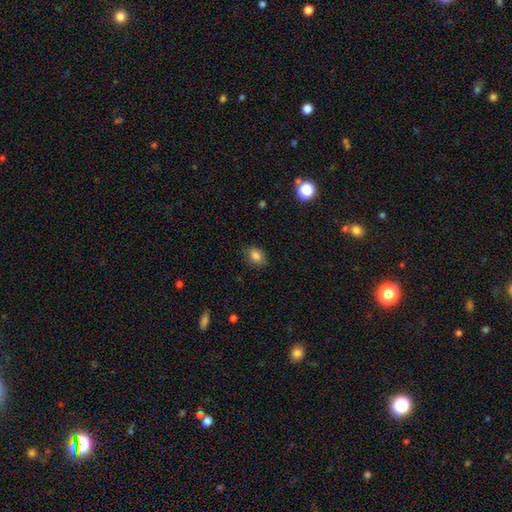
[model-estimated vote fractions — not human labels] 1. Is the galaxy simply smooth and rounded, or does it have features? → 83% smooth, 11% star or artifact, 6% featured or disk.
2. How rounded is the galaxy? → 62% in between, 37% round, 1% cigar-shaped.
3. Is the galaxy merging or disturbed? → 83% none, 13% minor disturbance, 3% major disturbance, 1% merger.